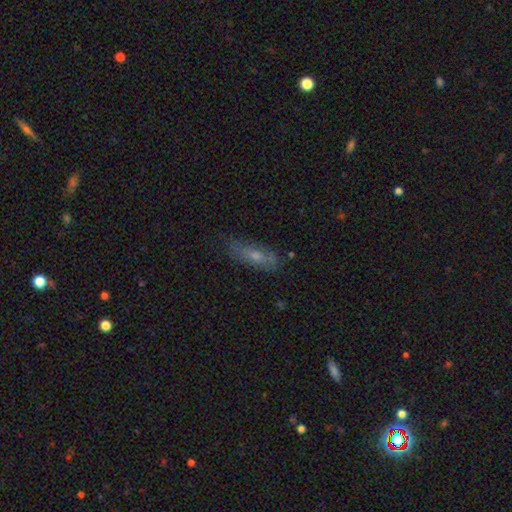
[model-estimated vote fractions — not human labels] Smooth or featured? smooth (57%)
How rounded? cigar-shaped (50%)
Merging? none (70%)